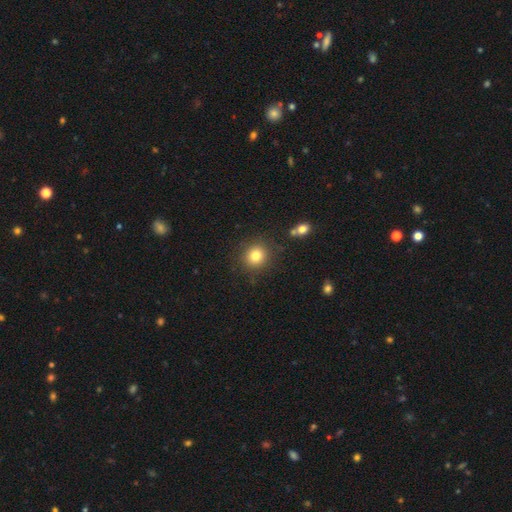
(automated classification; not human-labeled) Smooth or featured? smooth (81%)
How rounded? round (86%)
Merging? none (86%)